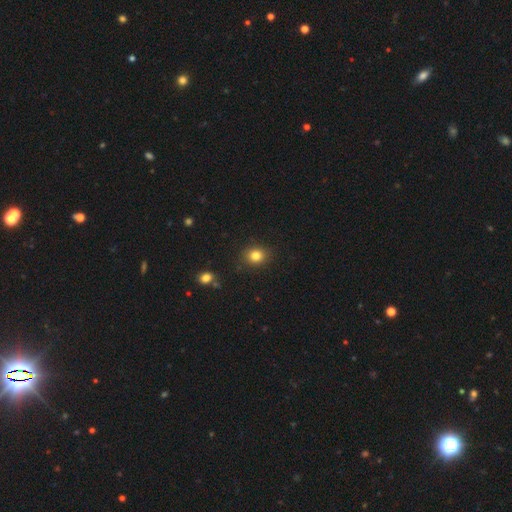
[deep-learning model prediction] smooth 83%, star or artifact 11%, featured or disk 6%. Down the decision tree: how rounded — round (67%); merging — none (87%).